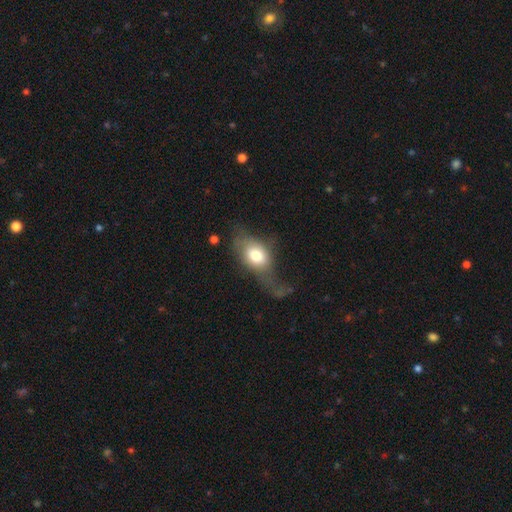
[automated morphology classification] Smooth or featured? Predicted: smooth (p=0.69). How rounded? Predicted: in between (p=0.76). Merging? Predicted: major disturbance (p=0.49).